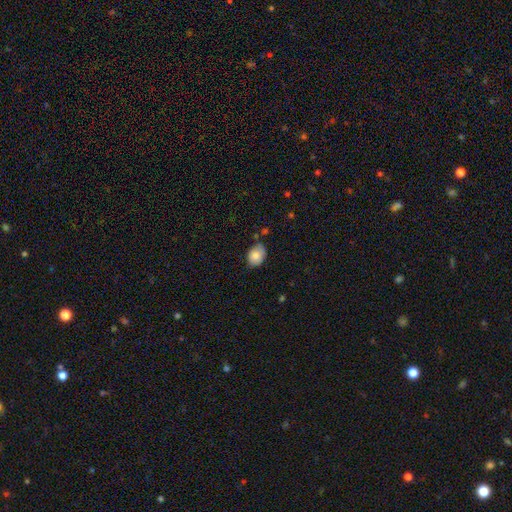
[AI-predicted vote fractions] The model was most divided on "merging": none: 71%, minor disturbance: 22%, merger: 4%, major disturbance: 4%. More confident: smooth or featured — smooth (84%); how rounded — in between (76%).